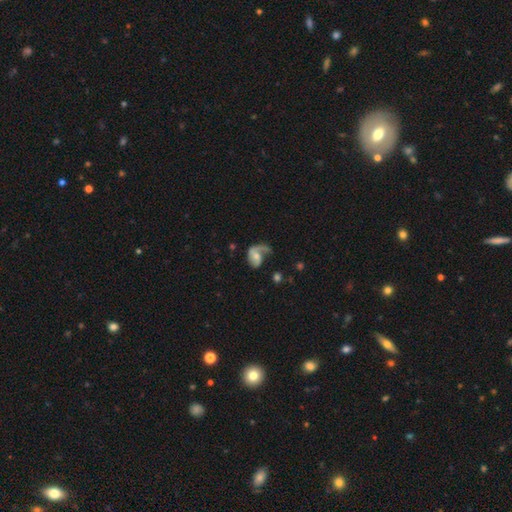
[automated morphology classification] smooth-or-featured: featured or disk: 69% | smooth: 24% | star or artifact: 7%
  disk-edge-on: no: 97% | yes: 3%
    bar: no: 55% | weak: 35% | strong: 10%
    has-spiral-arms: yes: 86% | no: 14%
      spiral-winding: loose: 52% | medium: 34% | tight: 14%
      spiral-arm-count: 1: 59% | 2: 34% | can't tell: 5% | 3: 1% | 4: 1% | more than 4: 1%
    bulge-size: small: 42% | moderate: 38% | none: 12% | large: 5% | dominant: 2%
  merging: major disturbance: 41% | none: 32% | minor disturbance: 20% | merger: 7%